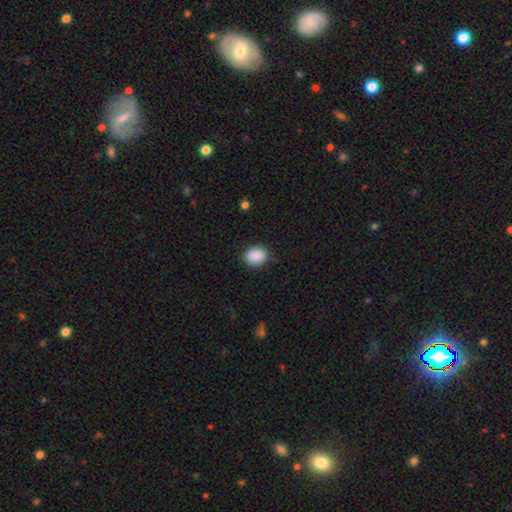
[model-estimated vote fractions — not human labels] Overall: smooth (89%). How rounded: round (61%; in between 38%). Merging: none (86%).